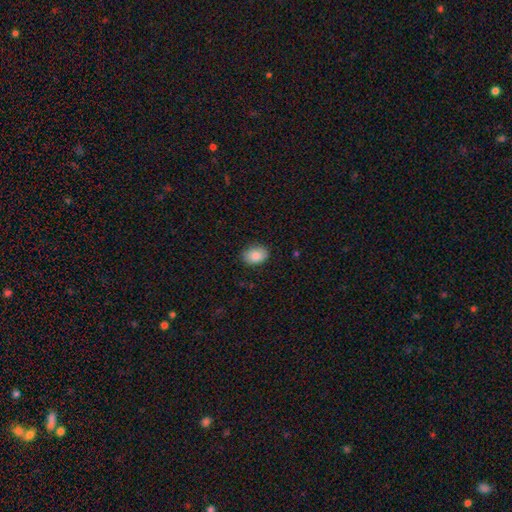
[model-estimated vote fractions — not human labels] Q: Smooth or featured?
A: smooth (88%); runner-up: star or artifact (7%)
Q: How rounded?
A: in between (77%); runner-up: round (22%)
Q: Merging?
A: none (84%); runner-up: minor disturbance (12%)